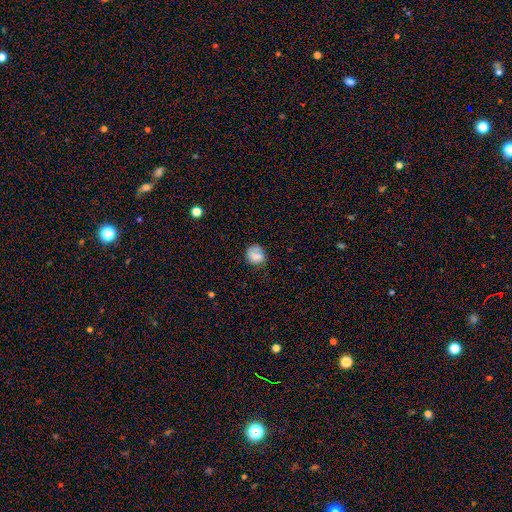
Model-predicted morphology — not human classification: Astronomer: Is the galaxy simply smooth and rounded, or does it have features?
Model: smooth — 73%.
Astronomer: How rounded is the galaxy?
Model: round — 68%.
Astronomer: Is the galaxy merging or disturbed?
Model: none — 62%.